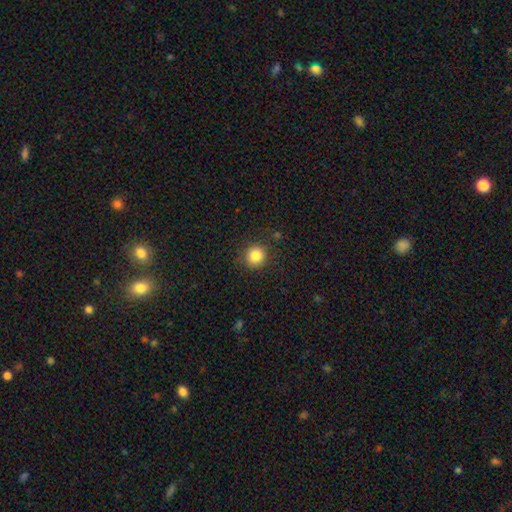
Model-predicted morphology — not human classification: Smooth or featured: smooth — 84% (star or artifact — 11%)
How rounded: round — 90% (in between — 9%)
Merging: none — 88% (minor disturbance — 8%)